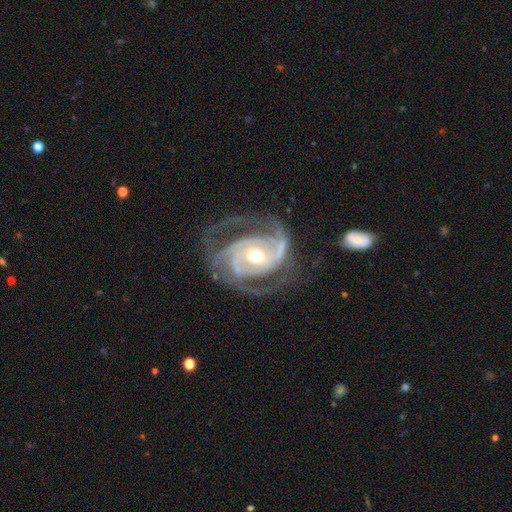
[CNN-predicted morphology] Q: Smooth or featured?
A: featured or disk (93%); runner-up: star or artifact (4%)
Q: Edge-on disk?
A: no (98%); runner-up: yes (2%)
Q: Bar?
A: no (51%); runner-up: weak (32%)
Q: Spiral arms?
A: yes (98%); runner-up: no (2%)
Q: Spiral winding?
A: tight (53%); runner-up: medium (40%)
Q: Spiral arm count?
A: 3 (39%); runner-up: 2 (36%)
Q: Bulge size?
A: moderate (69%); runner-up: small (23%)
Q: Merging?
A: none (64%); runner-up: minor disturbance (19%)